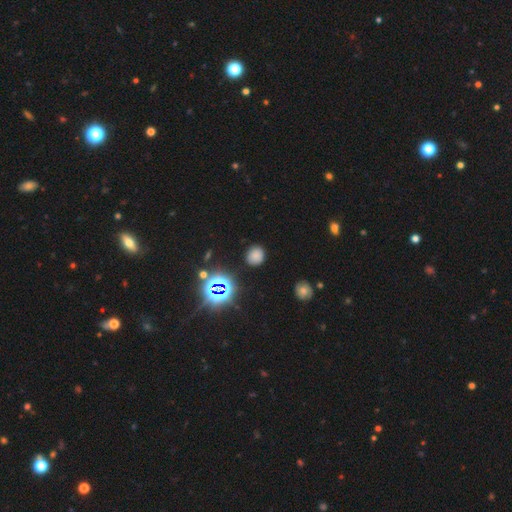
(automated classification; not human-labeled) A smooth galaxy with no disk features (72%) that is round (79%).

Vote fractions:
- Smooth or featured? smooth: 72% / star or artifact: 22% / featured or disk: 6%
- How rounded? round: 79% / in between: 20% / cigar-shaped: 1%
- Merging? none: 85% / minor disturbance: 10% / major disturbance: 3% / merger: 2%